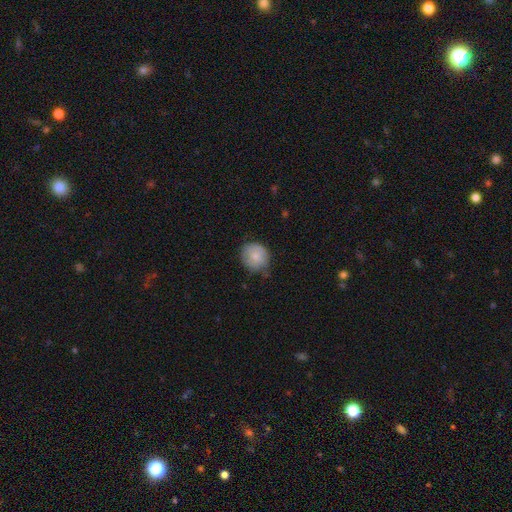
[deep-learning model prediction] smooth-or-featured: smooth: 78% | featured or disk: 14% | star or artifact: 8%
  how-rounded: round: 85% | in between: 14% | cigar-shaped: 1%
  merging: none: 67% | minor disturbance: 27% | major disturbance: 5% | merger: 2%